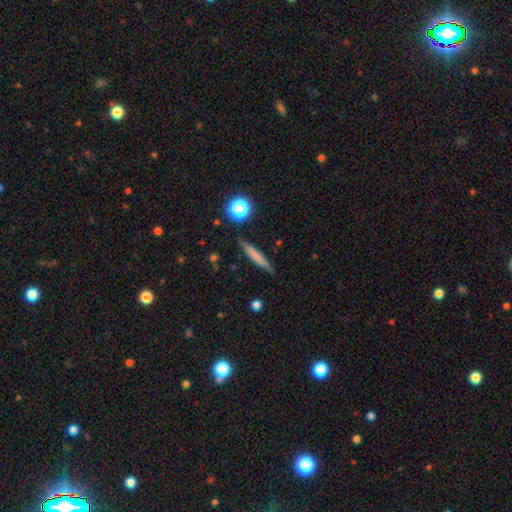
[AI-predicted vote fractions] A smooth galaxy with no disk features (64%) that is cigar-shaped (92%). Merging: none (87%).